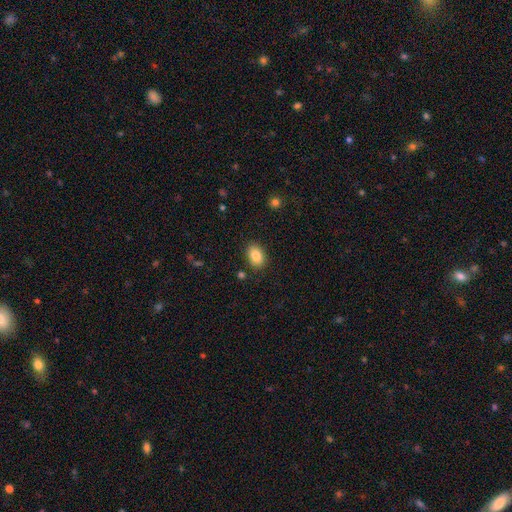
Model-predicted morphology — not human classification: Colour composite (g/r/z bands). It shows a smooth galaxy with no disk features (85%) that is in between round and cigar-shaped (85%). Merging: none (86%).